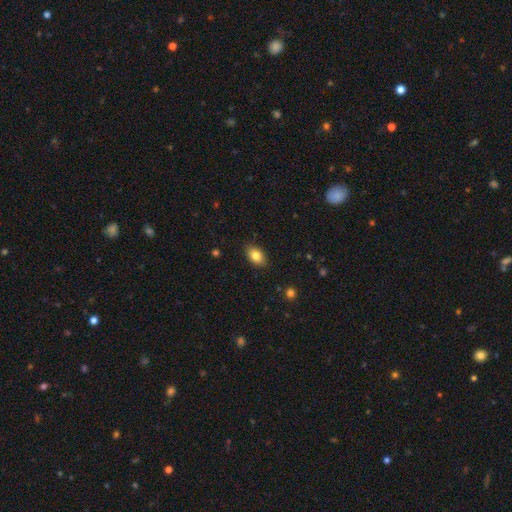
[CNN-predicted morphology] Smooth or featured? Predicted: smooth (p=0.83). How rounded? Predicted: in between (p=0.87). Merging? Predicted: none (p=0.87).